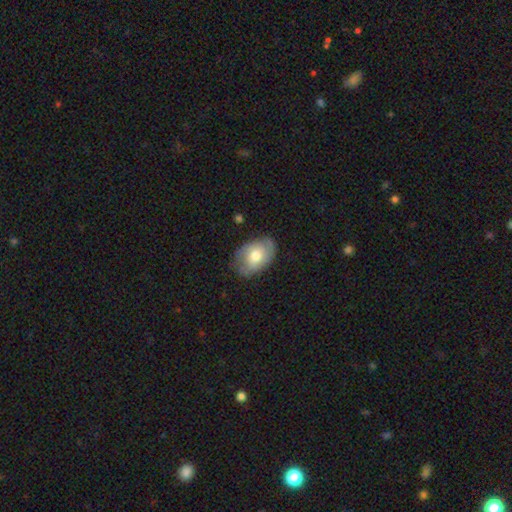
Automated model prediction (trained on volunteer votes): Q: Smooth or featured?
A: smooth (59%); runner-up: featured or disk (35%)
Q: How rounded?
A: in between (85%); runner-up: round (14%)
Q: Merging?
A: none (68%); runner-up: minor disturbance (25%)